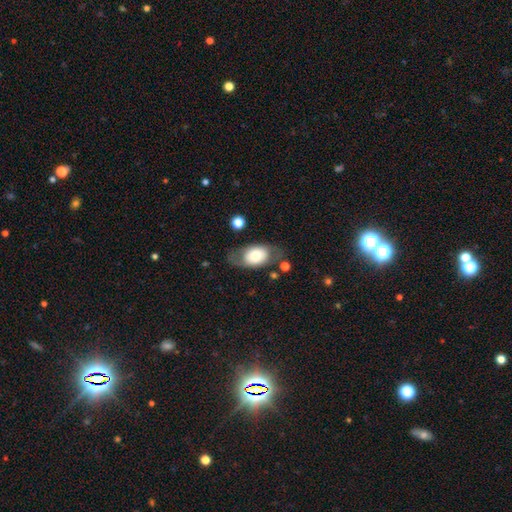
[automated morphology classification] Smooth or featured?
  - smooth: 60% *
  - featured or disk: 33%
  - star or artifact: 7%
How rounded?
  - in between: 81% *
  - round: 17%
  - cigar-shaped: 2%
Merging?
  - none: 65% *
  - minor disturbance: 19%
  - major disturbance: 12%
  - merger: 3%